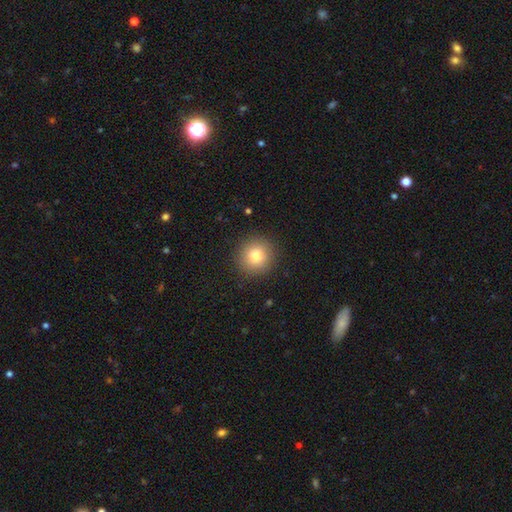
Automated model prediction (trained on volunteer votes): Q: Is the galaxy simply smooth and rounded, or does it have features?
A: smooth — 80%.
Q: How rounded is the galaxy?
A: round — 94%.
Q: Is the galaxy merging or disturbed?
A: none — 90%.